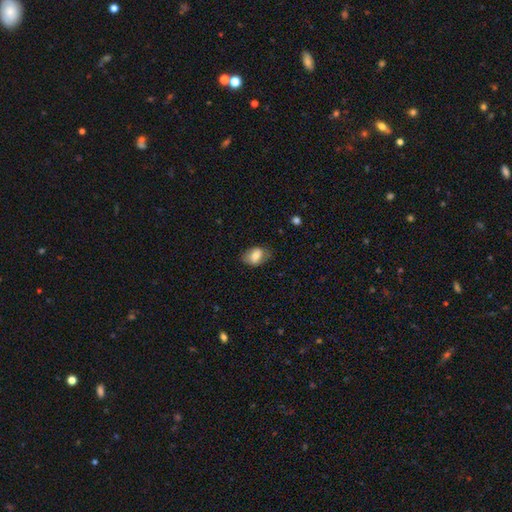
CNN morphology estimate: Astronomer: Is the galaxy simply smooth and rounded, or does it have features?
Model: smooth — 74%.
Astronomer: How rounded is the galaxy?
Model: in between — 84%.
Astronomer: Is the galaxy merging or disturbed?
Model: none — 71%.